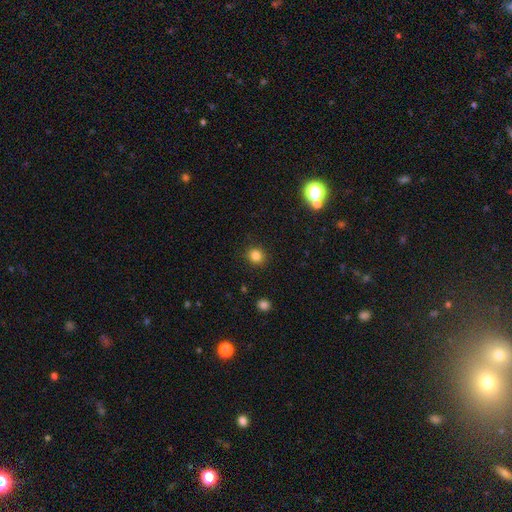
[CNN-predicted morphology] A smooth galaxy with no disk features (83%) that is round (85%).

Vote fractions:
- Smooth or featured? smooth: 83% / star or artifact: 12% / featured or disk: 4%
- How rounded? round: 85% / in between: 15% / cigar-shaped: 1%
- Merging? none: 90% / minor disturbance: 7% / major disturbance: 2% / merger: 1%